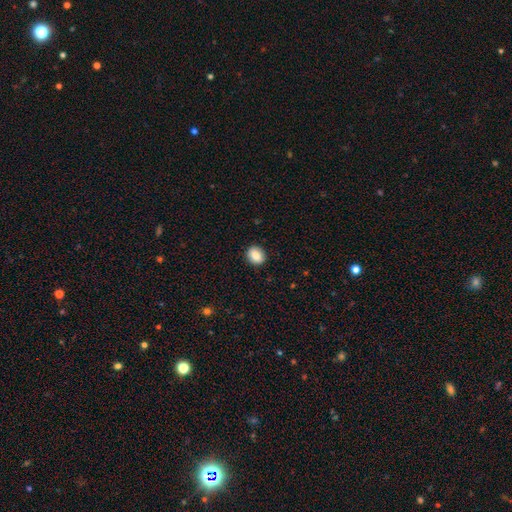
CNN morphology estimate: Smooth or featured? Predicted: smooth (p=0.85). How rounded? Predicted: round (p=0.63). Merging? Predicted: none (p=0.90).